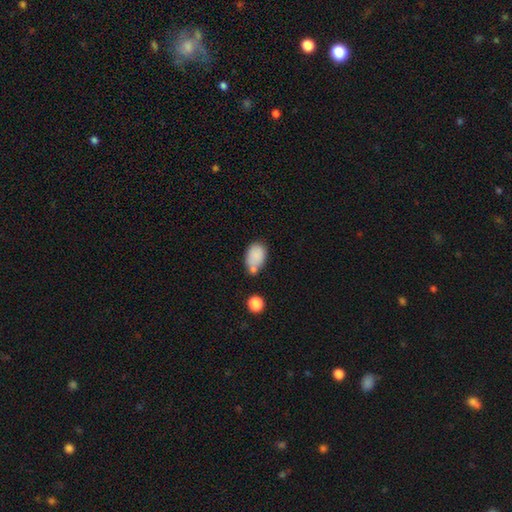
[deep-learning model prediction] Smooth or featured? smooth (83%)
How rounded? in between (84%)
Merging? none (47%)